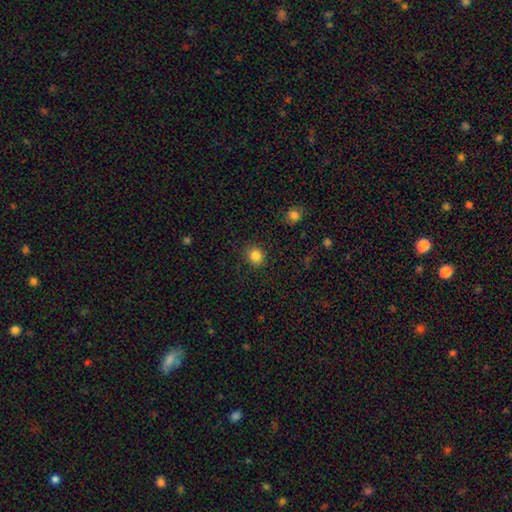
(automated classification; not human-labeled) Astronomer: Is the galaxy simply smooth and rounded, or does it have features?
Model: smooth — 85%.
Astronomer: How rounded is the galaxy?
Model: round — 83%.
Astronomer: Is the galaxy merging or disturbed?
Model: none — 89%.